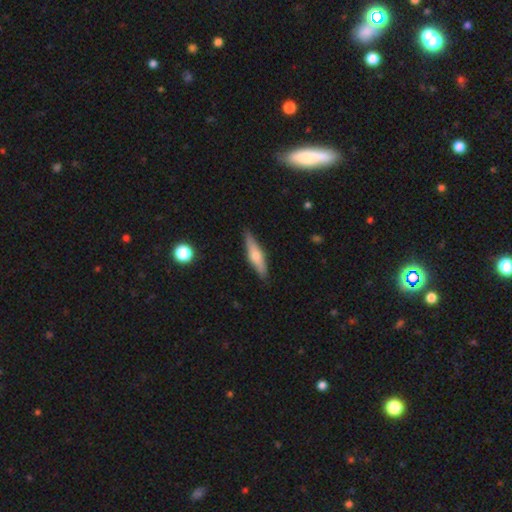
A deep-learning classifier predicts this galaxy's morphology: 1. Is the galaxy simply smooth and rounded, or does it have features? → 53% smooth, 41% featured or disk, 6% star or artifact.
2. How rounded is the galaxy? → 76% cigar-shaped, 21% in between, 2% round.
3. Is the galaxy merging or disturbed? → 86% none, 11% minor disturbance, 2% major disturbance, 1% merger.